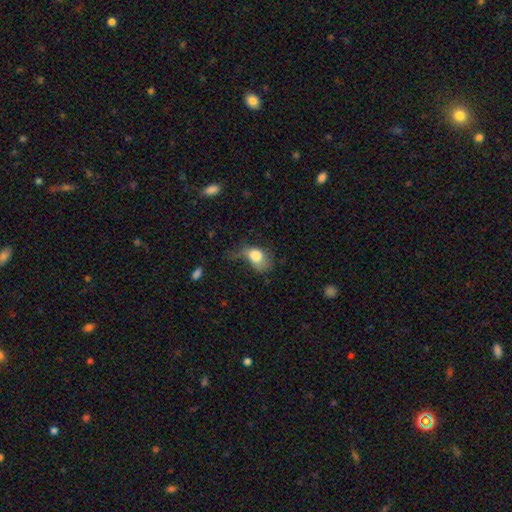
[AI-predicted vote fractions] The model was most divided on "merging": major disturbance: 44%, minor disturbance: 30%, none: 22%, merger: 4%. More confident: smooth or featured — smooth (75%); how rounded — in between (73%).